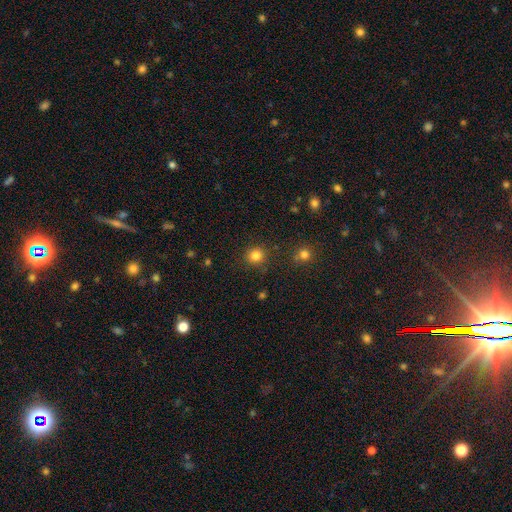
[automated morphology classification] smooth_or_featured: smooth (p=0.83) [alt: star or artifact p=0.13]
how_rounded: round (p=0.89) [alt: in between p=0.10]
merging: none (p=0.86) [alt: minor disturbance p=0.08]